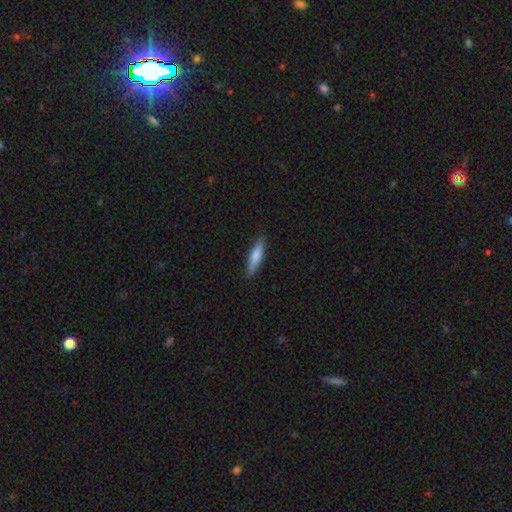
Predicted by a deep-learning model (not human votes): A smooth galaxy with no disk features (74%) that is cigar-shaped (77%).

Vote fractions:
- Smooth or featured? smooth: 74% / featured or disk: 20% / star or artifact: 5%
- How rounded? cigar-shaped: 77% / in between: 22% / round: 2%
- Merging? none: 86% / minor disturbance: 11% / major disturbance: 2% / merger: 1%